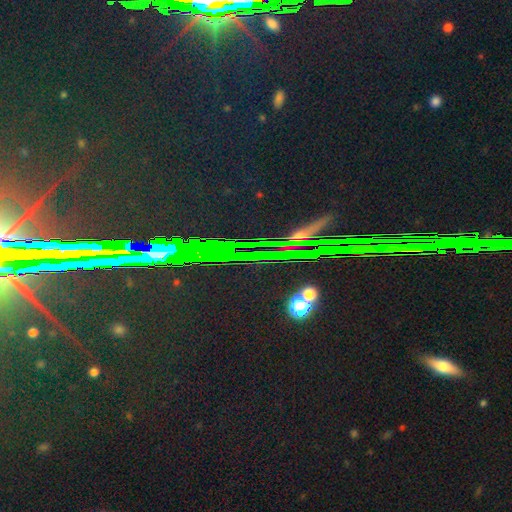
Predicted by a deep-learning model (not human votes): Q: Smooth or featured?
A: star or artifact (86%); runner-up: featured or disk (7%)